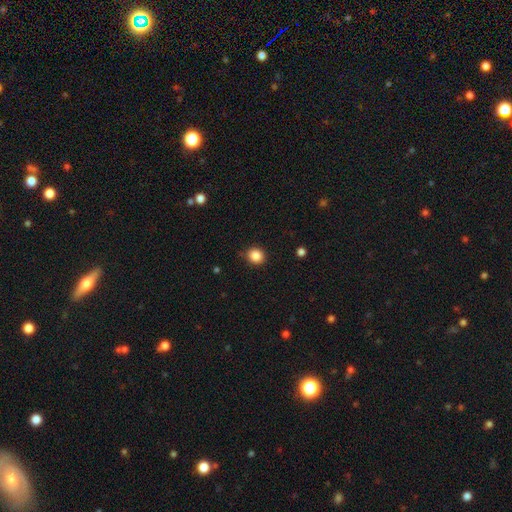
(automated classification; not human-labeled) Smooth or featured? smooth (86%)
How rounded? round (84%)
Merging? none (87%)